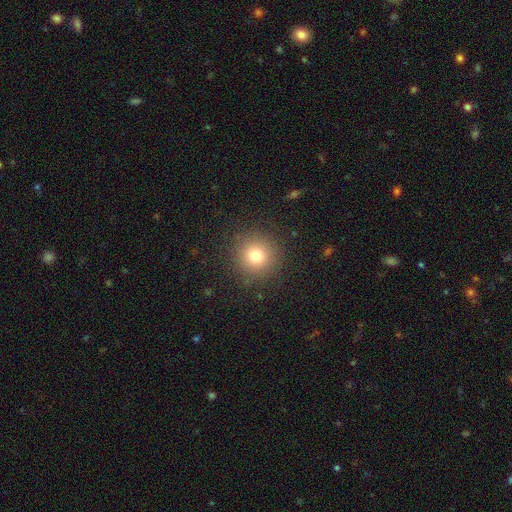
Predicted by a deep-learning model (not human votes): Morphology: type=smooth (77%); roundness=round (94%); merging=none (89%).